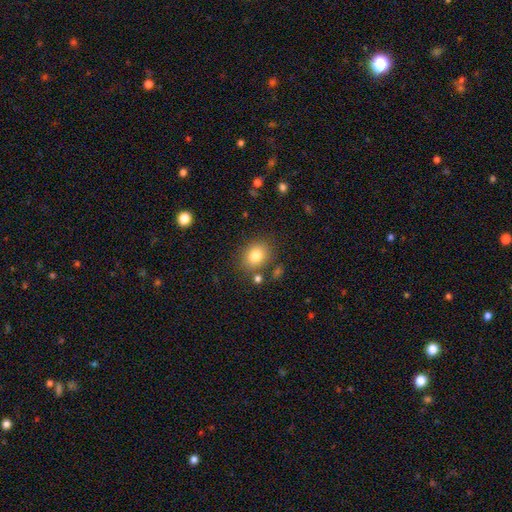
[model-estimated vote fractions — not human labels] Overall: smooth (81%). How rounded: in between (51%; round 48%). Merging: none (80%).